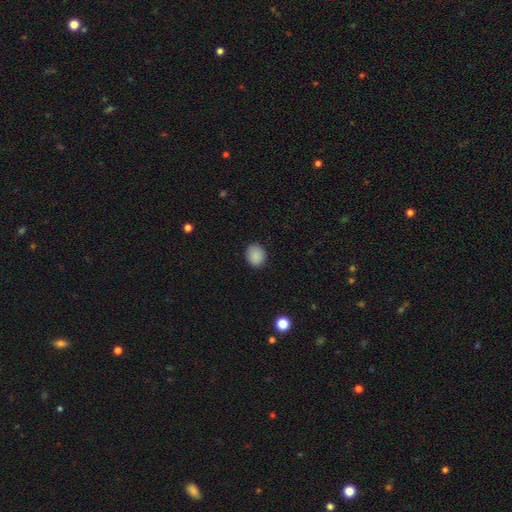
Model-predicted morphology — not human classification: A smooth galaxy with no disk features (88%) that is round (71%).

Vote fractions:
- Smooth or featured? smooth: 88% / star or artifact: 9% / featured or disk: 3%
- How rounded? round: 71% / in between: 28% / cigar-shaped: 1%
- Merging? none: 88% / minor disturbance: 9% / major disturbance: 2% / merger: 1%